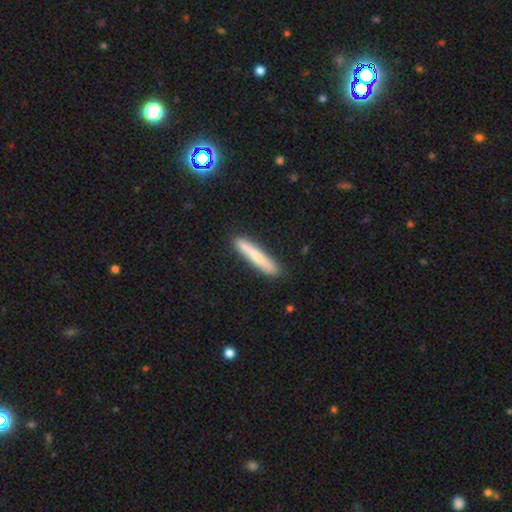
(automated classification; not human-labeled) Smooth or featured?
  - smooth: 73% *
  - featured or disk: 21%
  - star or artifact: 6%
How rounded?
  - cigar-shaped: 94% *
  - in between: 5%
  - round: 1%
Merging?
  - none: 88% *
  - minor disturbance: 9%
  - major disturbance: 2%
  - merger: 2%